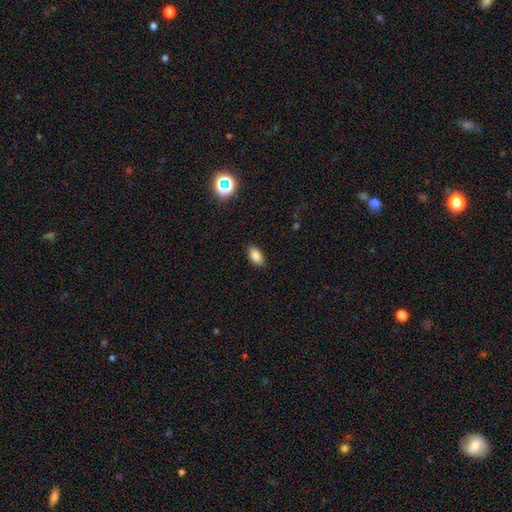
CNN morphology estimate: smooth_or_featured: smooth (p=0.85) [alt: star or artifact p=0.10]
how_rounded: in between (p=0.93) [alt: round p=0.04]
merging: none (p=0.88) [alt: minor disturbance p=0.08]